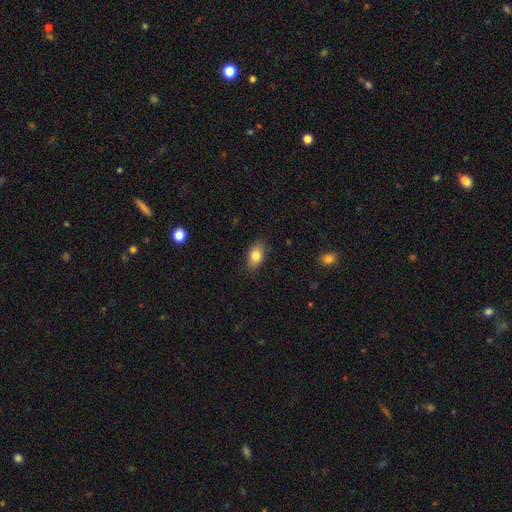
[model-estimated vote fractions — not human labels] This appears to be a smooth galaxy with no disk features (82%) that is in between round and cigar-shaped (86%). Merging: none (85%).